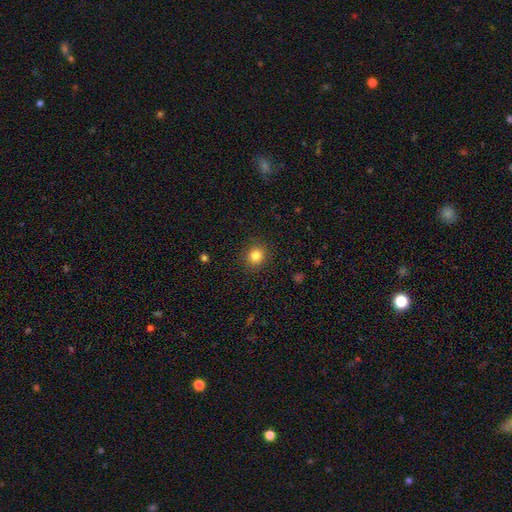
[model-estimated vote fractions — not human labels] Smooth or featured?
  - smooth: 83% *
  - star or artifact: 12%
  - featured or disk: 5%
How rounded?
  - round: 86% *
  - in between: 13%
  - cigar-shaped: 1%
Merging?
  - none: 90% *
  - minor disturbance: 7%
  - major disturbance: 2%
  - merger: 1%